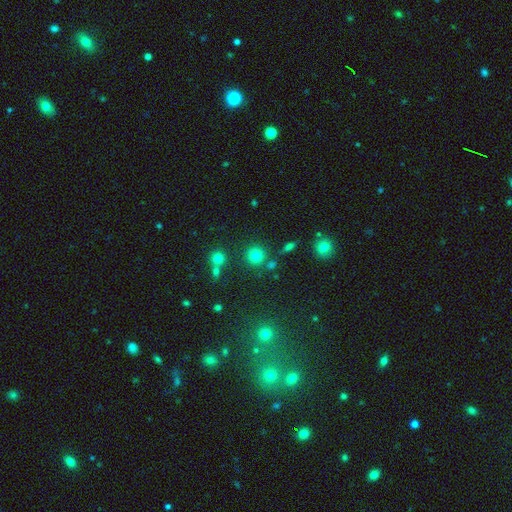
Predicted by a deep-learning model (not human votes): smooth-or-featured: smooth: 77% | star or artifact: 16% | featured or disk: 7%
  how-rounded: round: 92% | in between: 6% | cigar-shaped: 1%
  merging: none: 82% | minor disturbance: 8% | merger: 7% | major disturbance: 3%